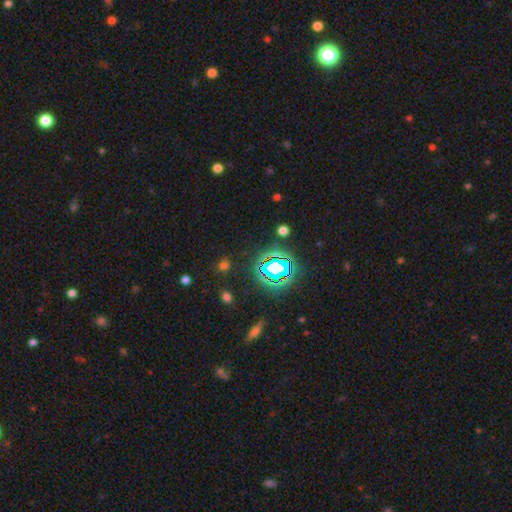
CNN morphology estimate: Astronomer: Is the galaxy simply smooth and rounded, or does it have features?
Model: star or artifact — 79%.